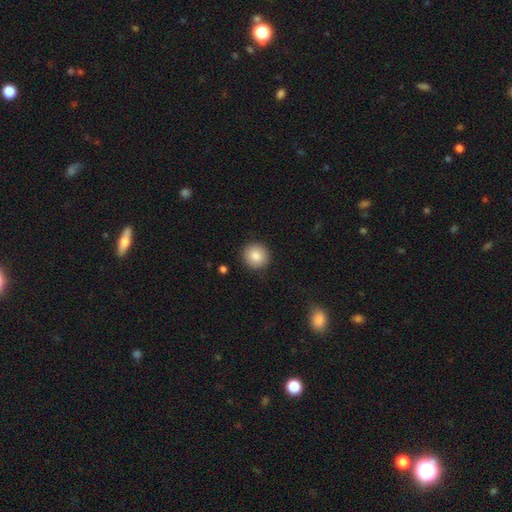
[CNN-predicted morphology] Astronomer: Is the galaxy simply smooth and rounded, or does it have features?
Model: smooth — 86%.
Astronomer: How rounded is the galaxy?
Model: round — 93%.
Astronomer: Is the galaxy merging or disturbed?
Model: none — 91%.